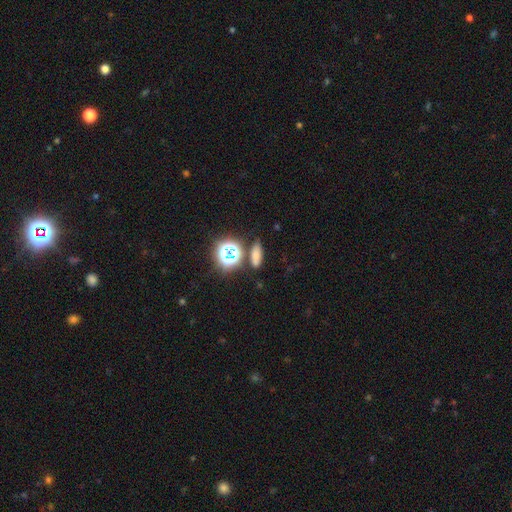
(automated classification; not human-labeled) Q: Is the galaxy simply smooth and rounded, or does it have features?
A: smooth — 64%.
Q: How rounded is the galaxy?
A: in between — 61%.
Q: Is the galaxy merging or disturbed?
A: none — 75%.